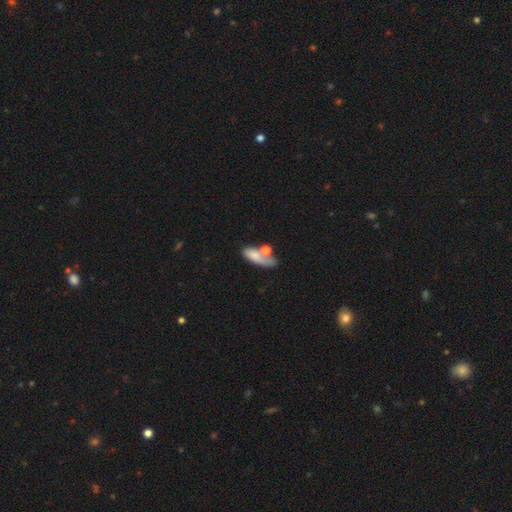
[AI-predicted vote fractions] Morphology: type=smooth (64%); roundness=in between (73%); merging=merger (39%).